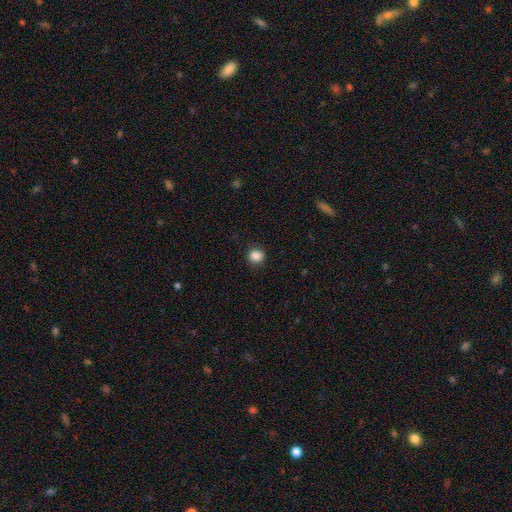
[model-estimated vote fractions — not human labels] Smooth or featured: smooth — 86% (star or artifact — 10%)
How rounded: round — 83% (in between — 16%)
Merging: none — 89% (minor disturbance — 8%)